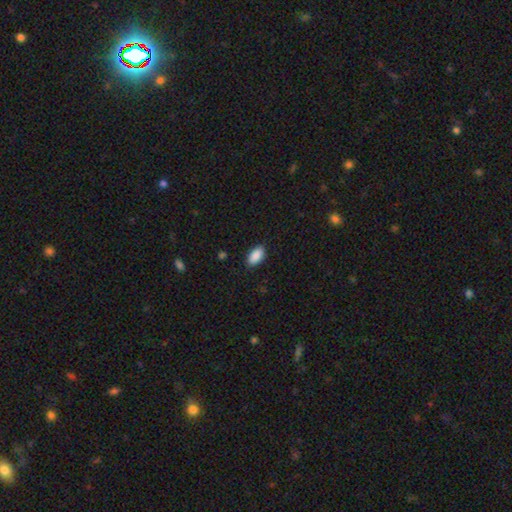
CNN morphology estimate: Smooth or featured? Predicted: smooth (p=0.90). How rounded? Predicted: in between (p=0.94). Merging? Predicted: none (p=0.87).